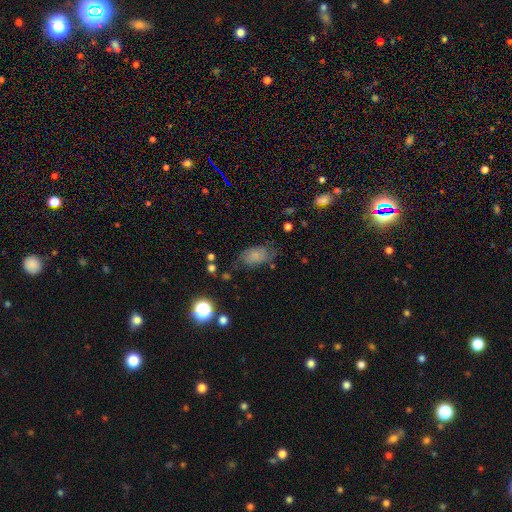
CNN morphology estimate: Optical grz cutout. It shows a smooth galaxy with no disk features (64%) that is in between round and cigar-shaped (88%). Merging: none (60%).